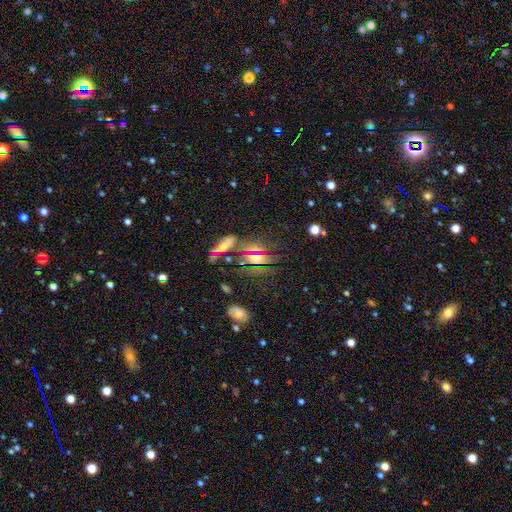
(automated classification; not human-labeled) star or artifact 51%, smooth 30%, featured or disk 19%.